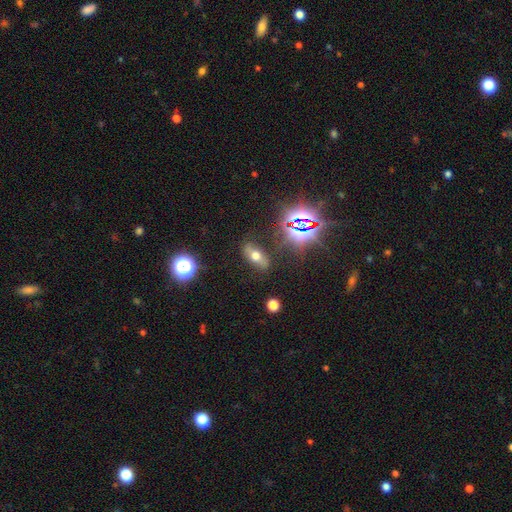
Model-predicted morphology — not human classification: smooth_or_featured: smooth (p=0.50) [alt: featured or disk p=0.27]
merging: none (p=0.80) [alt: minor disturbance p=0.13]